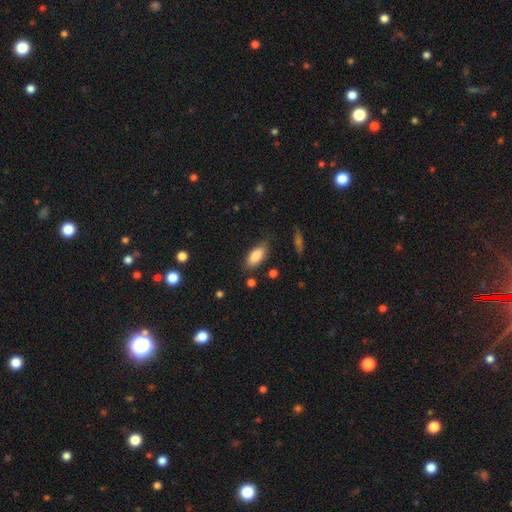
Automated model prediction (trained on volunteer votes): A smooth galaxy with no disk features (84%) that is in between round and cigar-shaped (86%).

Vote fractions:
- Smooth or featured? smooth: 84% / featured or disk: 9% / star or artifact: 7%
- How rounded? in between: 86% / cigar-shaped: 12% / round: 2%
- Merging? none: 74% / minor disturbance: 19% / major disturbance: 4% / merger: 3%